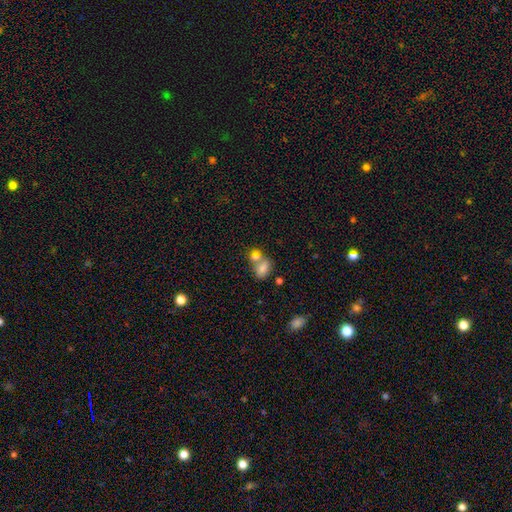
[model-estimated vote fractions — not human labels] smooth-or-featured: smooth: 77% | featured or disk: 13% | star or artifact: 10%
  how-rounded: in between: 68% | round: 31% | cigar-shaped: 2%
  merging: merger: 60% | none: 28% | minor disturbance: 8% | major disturbance: 4%